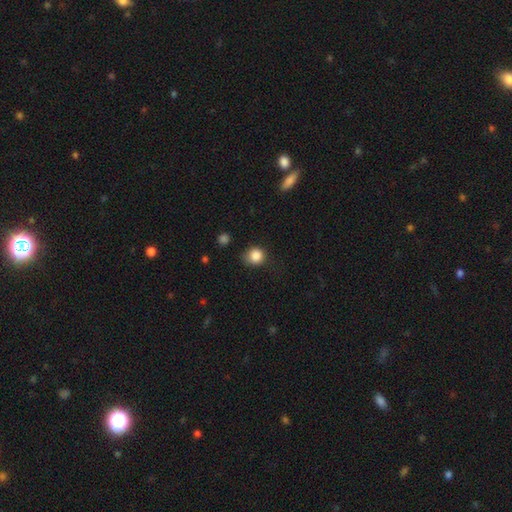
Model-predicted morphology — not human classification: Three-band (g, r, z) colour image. It shows a smooth galaxy with no disk features (86%) that is round (85%). Merging: none (71%).